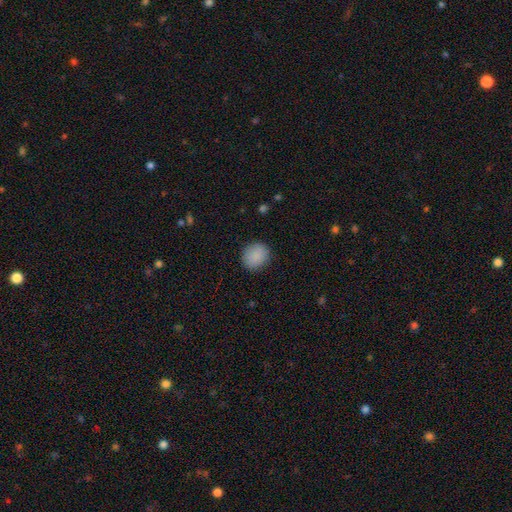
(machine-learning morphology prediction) Smooth or featured: smooth — 88% (star or artifact — 8%)
How rounded: round — 75% (in between — 24%)
Merging: none — 87% (minor disturbance — 9%)